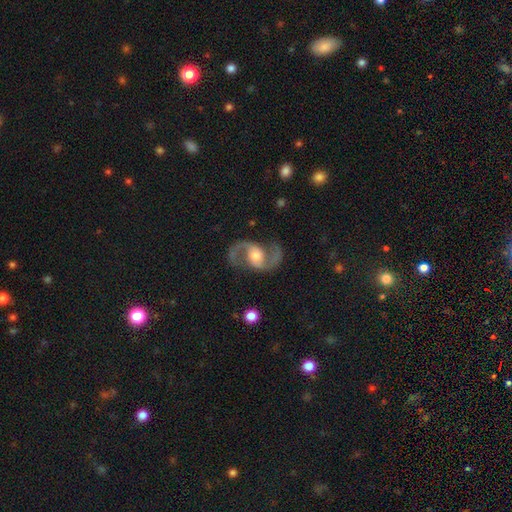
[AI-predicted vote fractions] Overall: featured or disk (91%). Edge-on disk: no (98%). Bar: no (48%; weak 38%). Spiral arms: yes (97%). Spiral arm count: 2 (94%). Spiral winding: medium (50%; loose 42%). Bulge size: moderate (60%). Merging: none (80%).